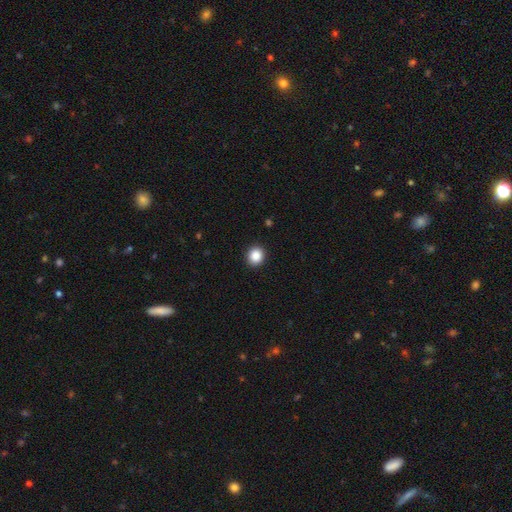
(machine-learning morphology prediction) Smooth or featured?
  - smooth: 87% *
  - star or artifact: 10%
  - featured or disk: 3%
How rounded?
  - round: 84% *
  - in between: 15%
  - cigar-shaped: 1%
Merging?
  - none: 92% *
  - minor disturbance: 5%
  - major disturbance: 2%
  - merger: 1%